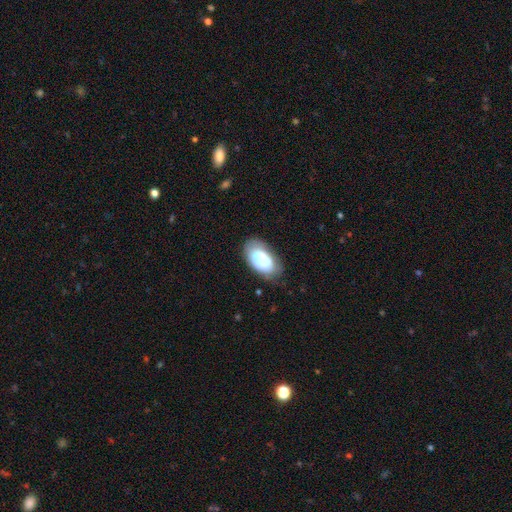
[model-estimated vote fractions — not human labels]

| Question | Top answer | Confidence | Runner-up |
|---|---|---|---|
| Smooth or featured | smooth | 61% | featured or disk (32%) |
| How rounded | in between | 92% | round (6%) |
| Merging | none | 51% | minor disturbance (24%) |